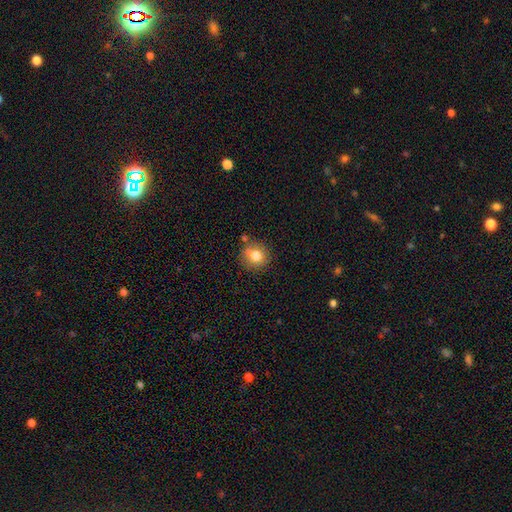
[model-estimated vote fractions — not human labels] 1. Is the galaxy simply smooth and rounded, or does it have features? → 78% smooth, 11% featured or disk, 11% star or artifact.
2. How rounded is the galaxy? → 85% round, 14% in between, 1% cigar-shaped.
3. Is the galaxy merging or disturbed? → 73% none, 15% minor disturbance, 8% merger, 4% major disturbance.